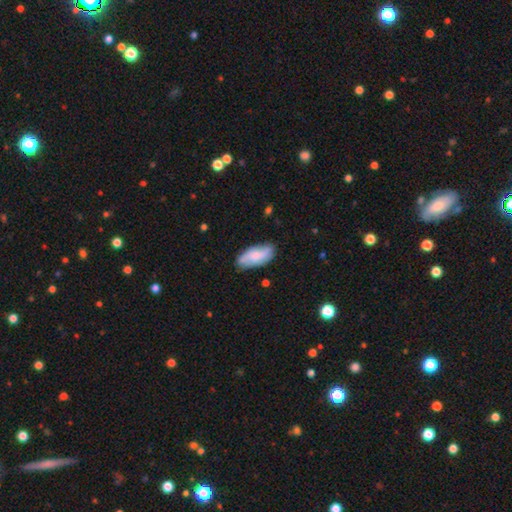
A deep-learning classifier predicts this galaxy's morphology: type=smooth (68%); roundness=in between (89%); merging=none (72%).